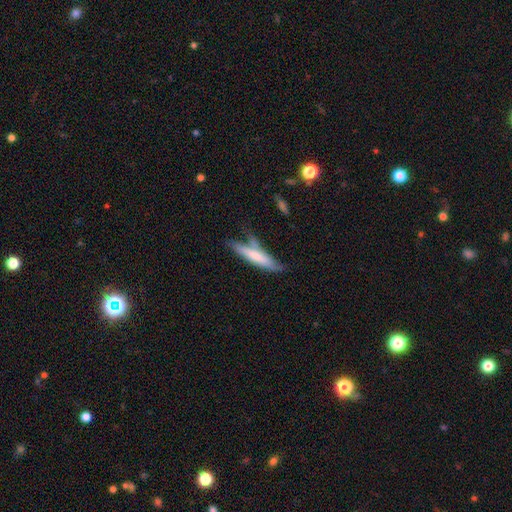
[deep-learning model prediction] Smooth or featured: smooth — 63% (featured or disk — 31%)
How rounded: cigar-shaped — 83% (in between — 16%)
Merging: none — 50% (minor disturbance — 26%)